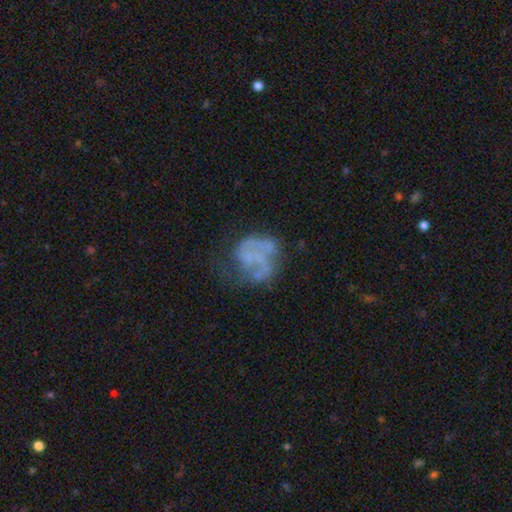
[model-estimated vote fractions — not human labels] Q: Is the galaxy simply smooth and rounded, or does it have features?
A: featured or disk — 66%.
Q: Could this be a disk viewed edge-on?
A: no — 98%.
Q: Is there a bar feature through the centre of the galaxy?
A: no — 84%.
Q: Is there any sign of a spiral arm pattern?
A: no — 58%.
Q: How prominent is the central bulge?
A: none — 76%.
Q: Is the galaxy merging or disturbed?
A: none — 43%.